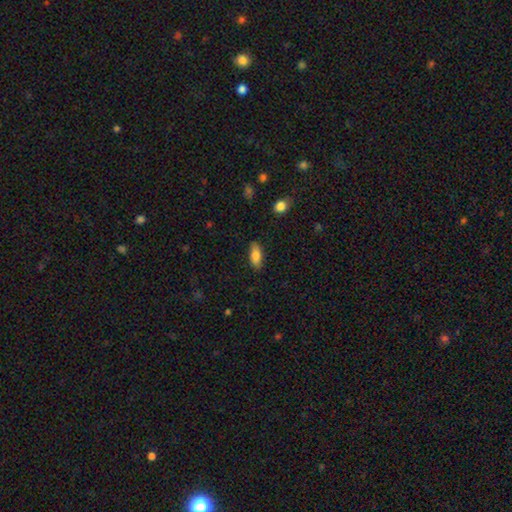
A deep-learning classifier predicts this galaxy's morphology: Smooth or featured? Predicted: smooth (p=0.82). How rounded? Predicted: in between (p=0.80). Merging? Predicted: none (p=0.86).